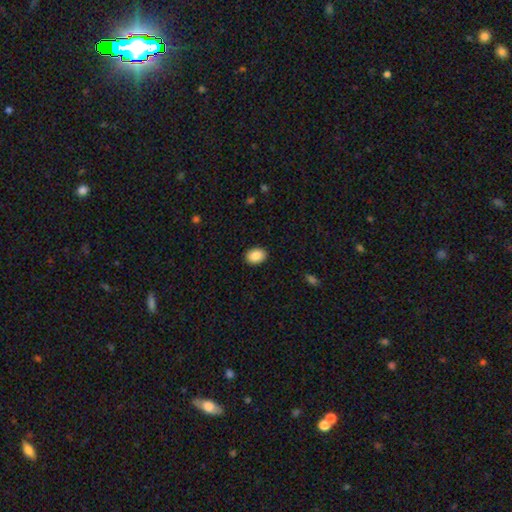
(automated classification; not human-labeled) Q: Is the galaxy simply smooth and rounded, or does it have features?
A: smooth — 89%.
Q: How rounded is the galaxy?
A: in between — 73%.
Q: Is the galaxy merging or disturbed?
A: none — 90%.